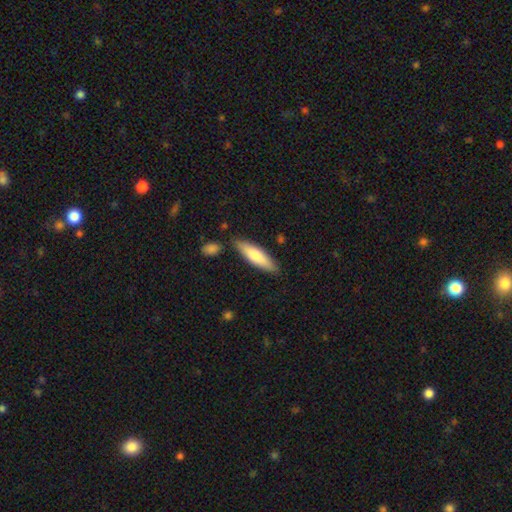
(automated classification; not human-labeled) Smooth or featured?
  - smooth: 74% *
  - featured or disk: 21%
  - star or artifact: 5%
How rounded?
  - cigar-shaped: 65% *
  - in between: 33%
  - round: 1%
Merging?
  - none: 82% *
  - minor disturbance: 12%
  - merger: 4%
  - major disturbance: 2%